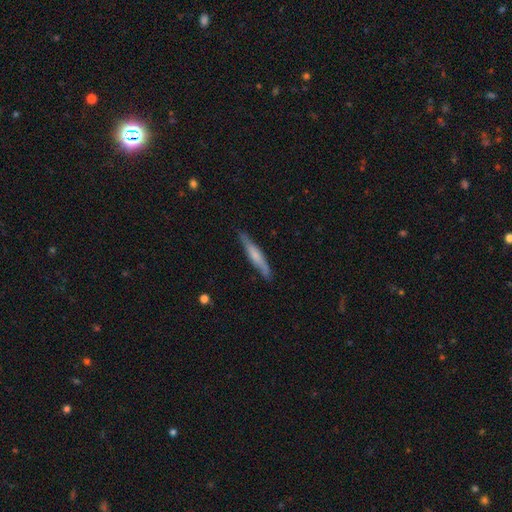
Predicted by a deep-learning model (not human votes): This is possibly a smooth galaxy (49%). Merging: clearly none (81%).